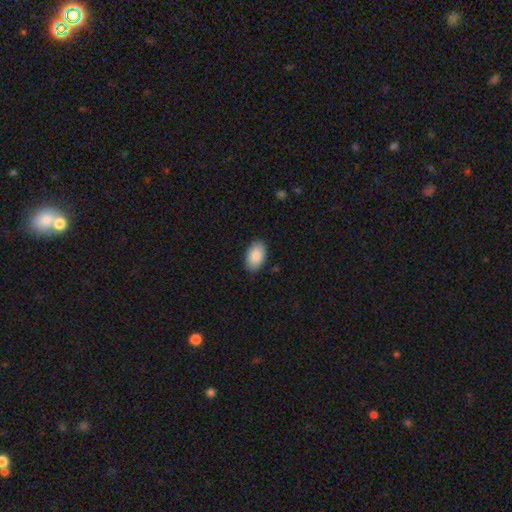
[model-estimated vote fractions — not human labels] Smooth or featured? Predicted: smooth (p=0.89). How rounded? Predicted: in between (p=0.94). Merging? Predicted: none (p=0.87).